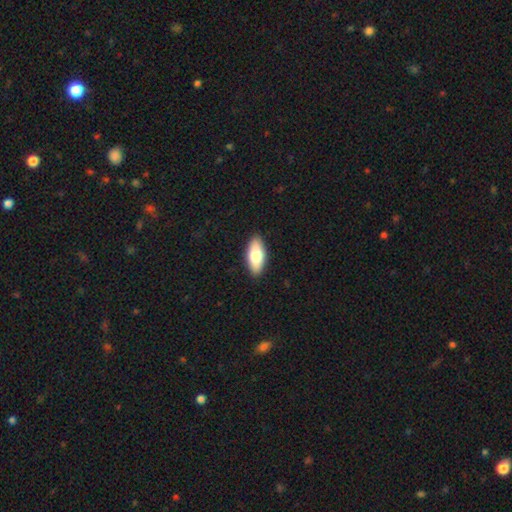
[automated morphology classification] Smooth or featured?
  - smooth: 76% *
  - featured or disk: 18%
  - star or artifact: 6%
How rounded?
  - in between: 86% *
  - cigar-shaped: 11%
  - round: 2%
Merging?
  - none: 90% *
  - minor disturbance: 7%
  - major disturbance: 2%
  - merger: 1%